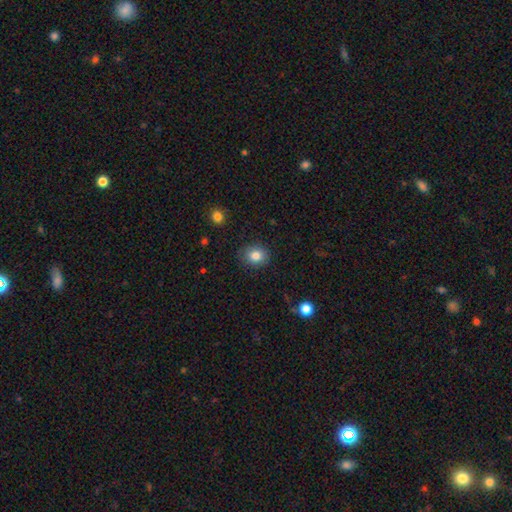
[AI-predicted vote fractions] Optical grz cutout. It shows a smooth galaxy with no disk features (83%) that is round (71%). Merging: none (87%).